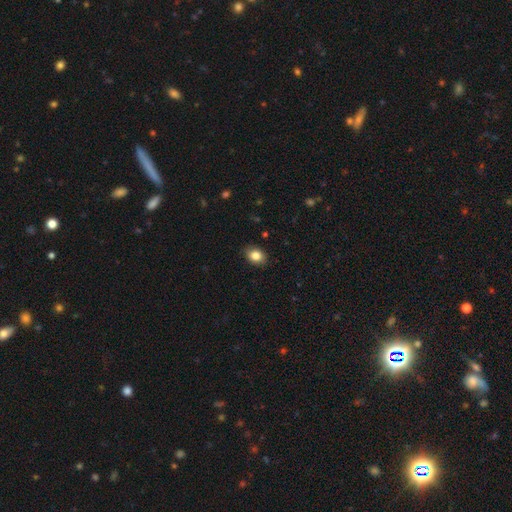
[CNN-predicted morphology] Overall: smooth (85%). How rounded: in between (62%; round 37%). Merging: none (86%).